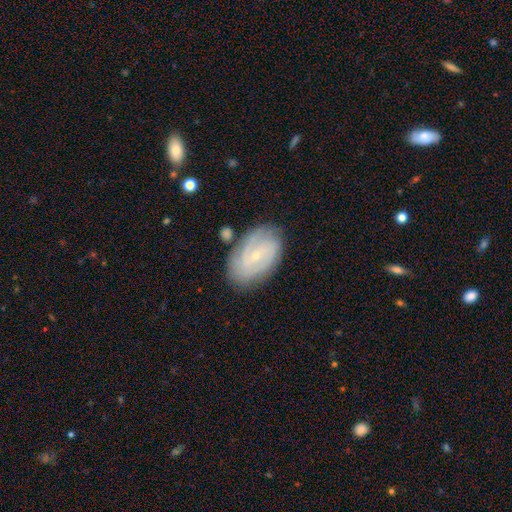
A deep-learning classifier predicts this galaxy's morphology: Q: Smooth or featured?
A: featured or disk (75%); runner-up: smooth (19%)
Q: Edge-on disk?
A: no (96%); runner-up: yes (4%)
Q: Bar?
A: weak (45%); runner-up: no (42%)
Q: Spiral arms?
A: yes (91%); runner-up: no (9%)
Q: Spiral winding?
A: tight (57%); runner-up: medium (32%)
Q: Spiral arm count?
A: 2 (47%); runner-up: can't tell (28%)
Q: Bulge size?
A: small (80%); runner-up: moderate (16%)
Q: Merging?
A: none (77%); runner-up: minor disturbance (16%)